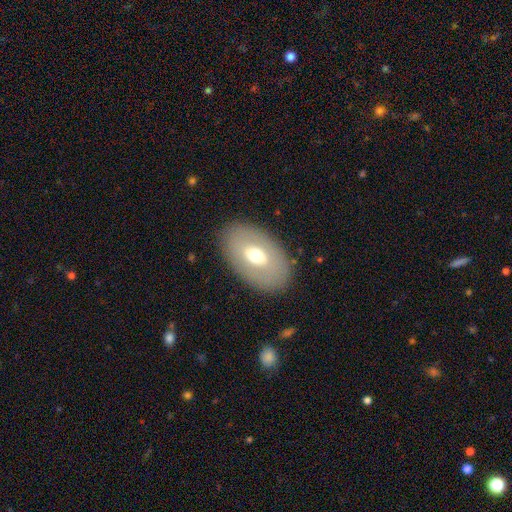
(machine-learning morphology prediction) This is possibly a smooth galaxy (56%). How rounded: clearly in between (89%). Merging: clearly none (85%).